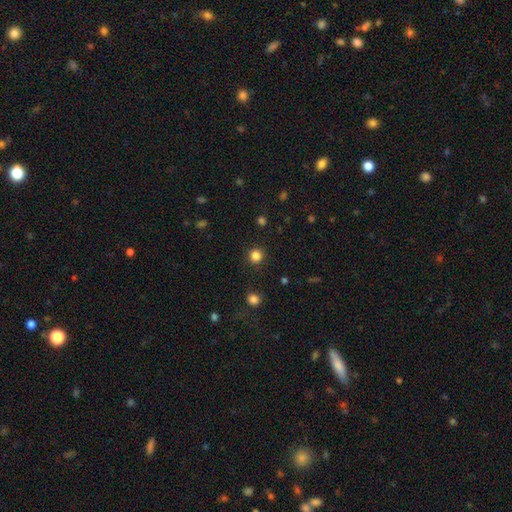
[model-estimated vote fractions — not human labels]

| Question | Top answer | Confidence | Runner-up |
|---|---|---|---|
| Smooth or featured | smooth | 84% | star or artifact (13%) |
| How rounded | round | 94% | in between (5%) |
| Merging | none | 91% | minor disturbance (5%) |